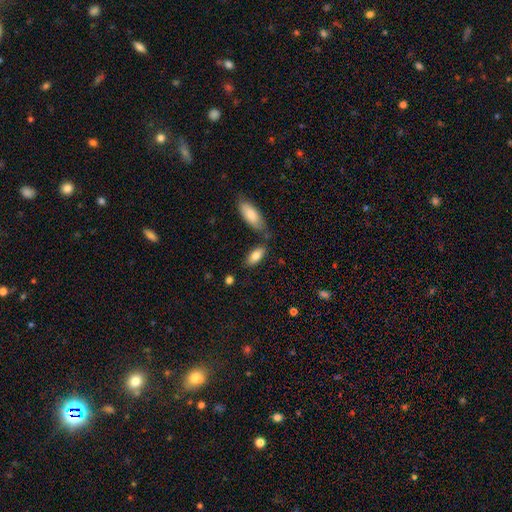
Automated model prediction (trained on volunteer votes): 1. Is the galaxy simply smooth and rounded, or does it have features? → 83% smooth, 11% featured or disk, 6% star or artifact.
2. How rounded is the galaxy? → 85% in between, 13% cigar-shaped, 2% round.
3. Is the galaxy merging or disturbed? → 70% none, 15% minor disturbance, 12% merger, 4% major disturbance.